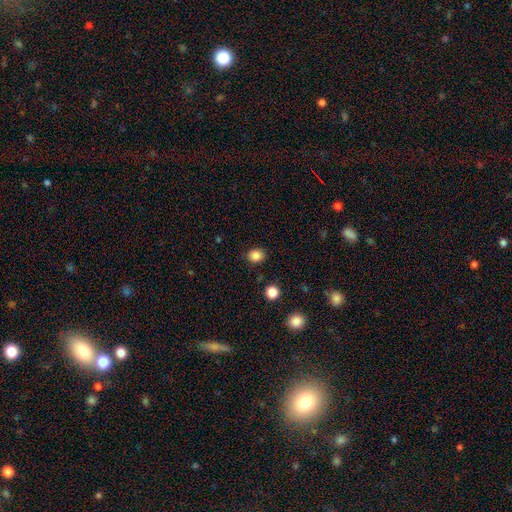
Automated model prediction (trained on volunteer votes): A smooth galaxy with no disk features (86%) that is round (55%). Merging: none (86%).